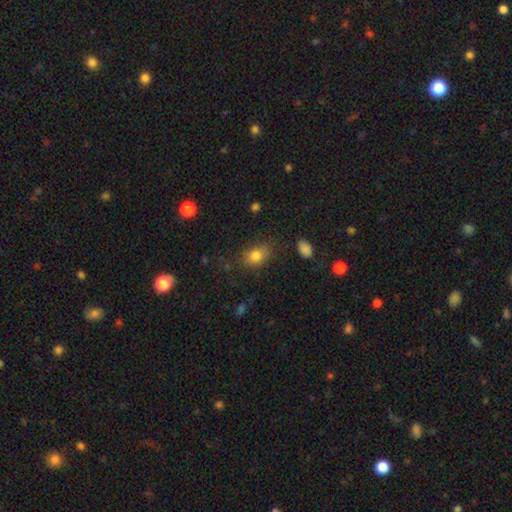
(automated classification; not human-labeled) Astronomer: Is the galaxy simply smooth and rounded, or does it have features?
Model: smooth — 80%.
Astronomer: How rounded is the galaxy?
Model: in between — 71%.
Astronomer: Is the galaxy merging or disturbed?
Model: none — 70%.